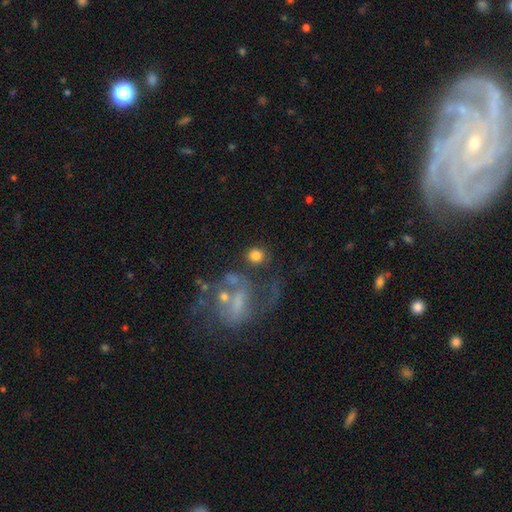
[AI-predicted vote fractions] Smooth or featured?
  - smooth: 80% *
  - featured or disk: 10%
  - star or artifact: 10%
How rounded?
  - round: 86% *
  - in between: 13%
  - cigar-shaped: 1%
Merging?
  - none: 71% *
  - merger: 11%
  - minor disturbance: 10%
  - major disturbance: 8%